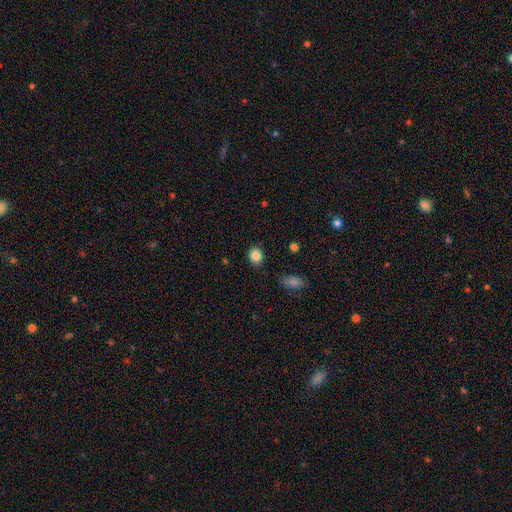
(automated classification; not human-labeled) This appears to be a smooth galaxy with no disk features (84%) that is round (65%). Merging: none (88%).